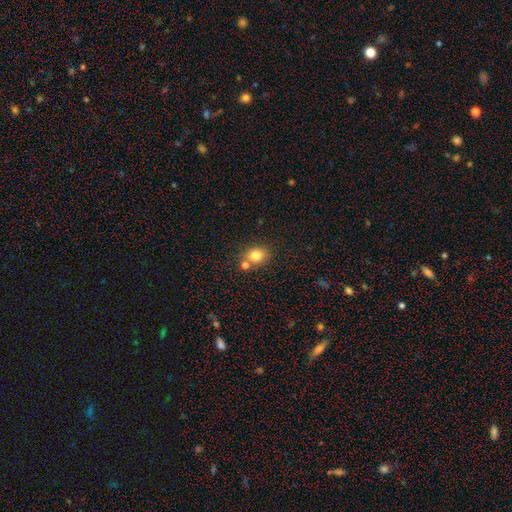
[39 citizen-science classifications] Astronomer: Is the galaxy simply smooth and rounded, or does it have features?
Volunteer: smooth — 85%.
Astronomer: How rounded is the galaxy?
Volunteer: round — 64%.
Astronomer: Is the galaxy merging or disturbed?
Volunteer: none — 56% (runner-up: merger, 33%).